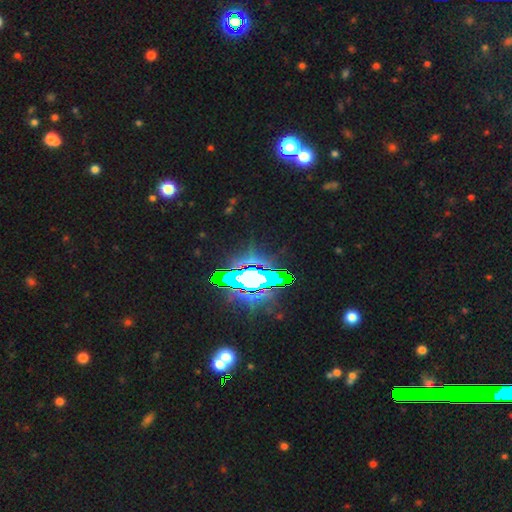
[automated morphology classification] Smooth or featured?
  - star or artifact: 81% *
  - featured or disk: 10%
  - smooth: 9%